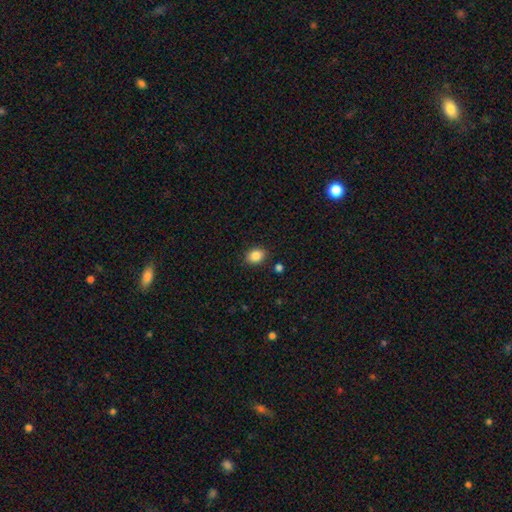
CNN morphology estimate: Smooth or featured? smooth (86%)
How rounded? in between (59%)
Merging? none (86%)